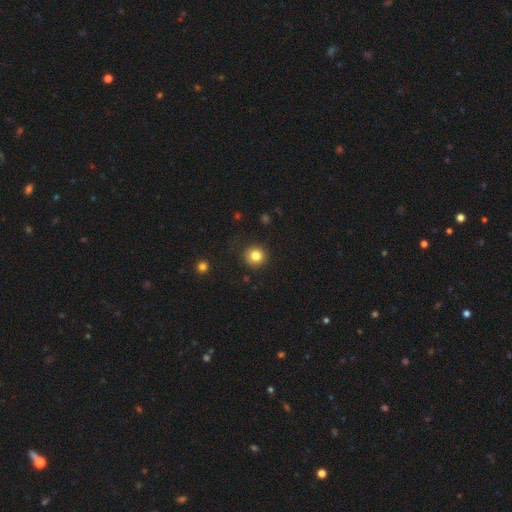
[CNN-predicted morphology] Smooth or featured: smooth — 82% (star or artifact — 11%)
How rounded: round — 94% (in between — 5%)
Merging: none — 90% (minor disturbance — 7%)